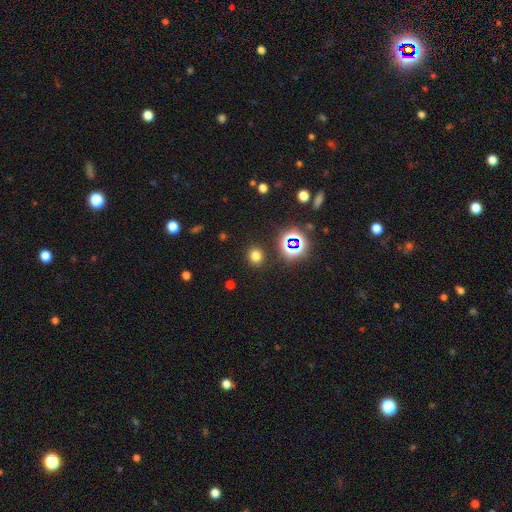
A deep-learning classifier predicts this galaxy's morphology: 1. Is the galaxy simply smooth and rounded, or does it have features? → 72% smooth, 22% star or artifact, 6% featured or disk.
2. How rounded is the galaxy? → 80% round, 19% in between, 1% cigar-shaped.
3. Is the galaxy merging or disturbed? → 88% none, 7% minor disturbance, 3% major disturbance, 2% merger.